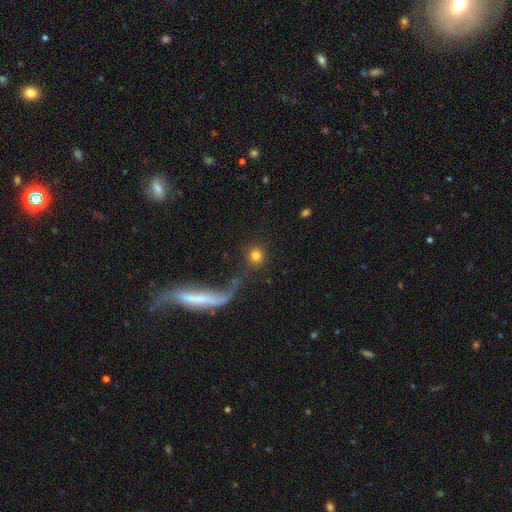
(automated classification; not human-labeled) Smooth or featured? smooth (79%)
How rounded? round (89%)
Merging? none (72%)